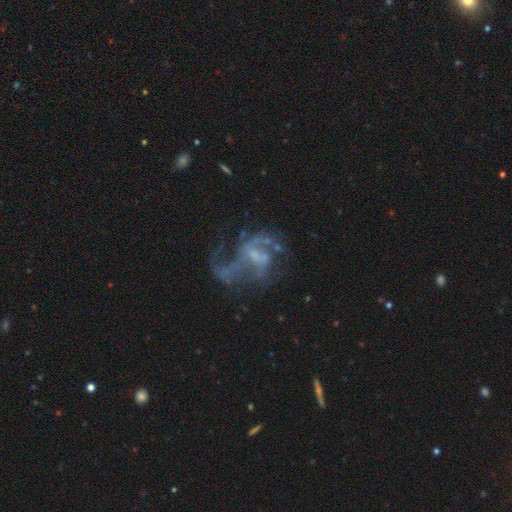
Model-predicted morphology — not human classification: Smooth or featured? Predicted: featured or disk (p=0.78). Edge-on disk? Predicted: no (p=0.98). Bar? Predicted: weak (p=0.45). Spiral arms? Predicted: yes (p=0.73). Spiral winding? Predicted: loose (p=0.59). Spiral arm count? Predicted: 2 (p=0.46). Bulge size? Predicted: small (p=0.39). Merging? Predicted: major disturbance (p=0.44).